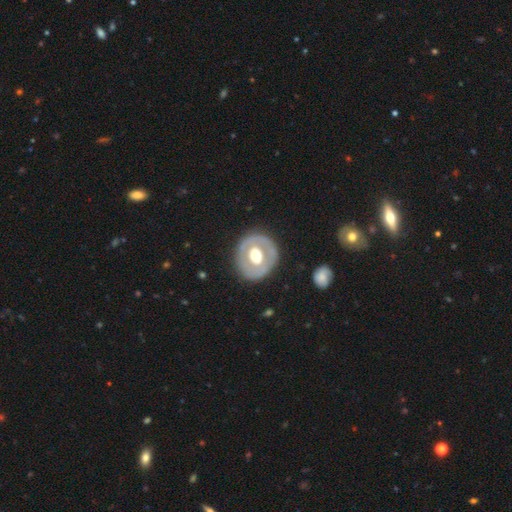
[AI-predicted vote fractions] The model was most divided on "smooth or featured": featured or disk: 57%, smooth: 37%, star or artifact: 5%. More confident: edge-on disk — no (94%); spiral arms — no (88%); merging — none (81%); bar — no (70%); bulge size — moderate (57%).